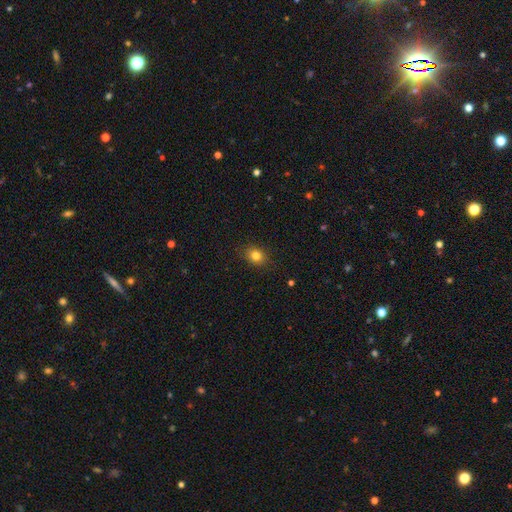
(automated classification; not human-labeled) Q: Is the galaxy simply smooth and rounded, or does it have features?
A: smooth — 81%.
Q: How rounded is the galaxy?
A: round — 56%.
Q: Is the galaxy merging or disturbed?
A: none — 86%.